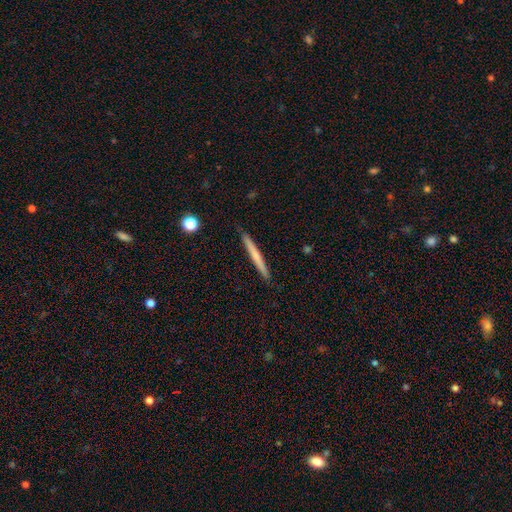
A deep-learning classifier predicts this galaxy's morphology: A smooth galaxy with no disk features (58%) that is cigar-shaped (97%).

Vote fractions:
- Smooth or featured? smooth: 58% / featured or disk: 36% / star or artifact: 6%
- How rounded? cigar-shaped: 97% / in between: 2% / round: 1%
- Merging? none: 90% / minor disturbance: 7% / major disturbance: 1% / merger: 1%